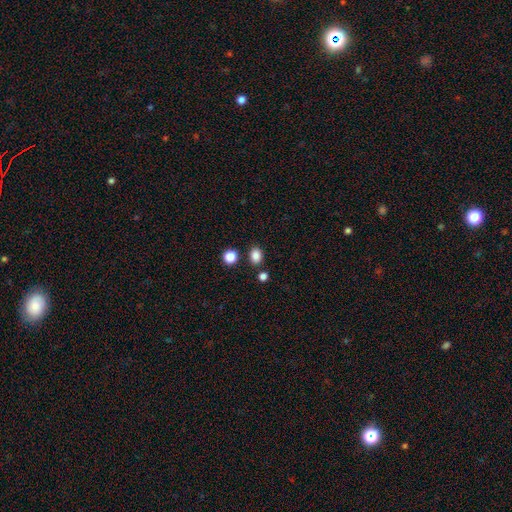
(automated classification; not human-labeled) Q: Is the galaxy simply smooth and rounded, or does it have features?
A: smooth — 85%.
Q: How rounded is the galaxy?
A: in between — 57%.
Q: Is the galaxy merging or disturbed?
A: none — 82%.